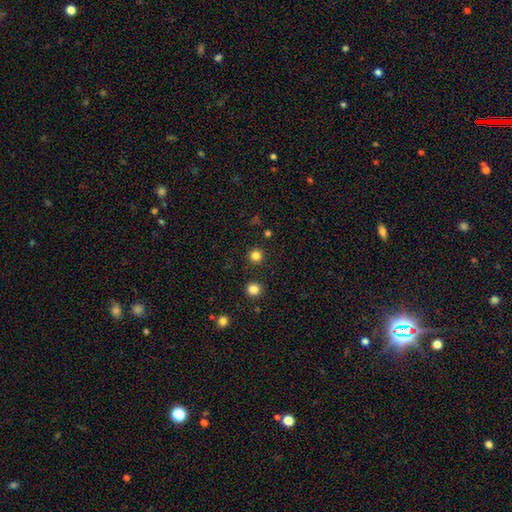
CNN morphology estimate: Smooth or featured: smooth — 81% (star or artifact — 15%)
How rounded: round — 95% (in between — 4%)
Merging: none — 92% (minor disturbance — 4%)